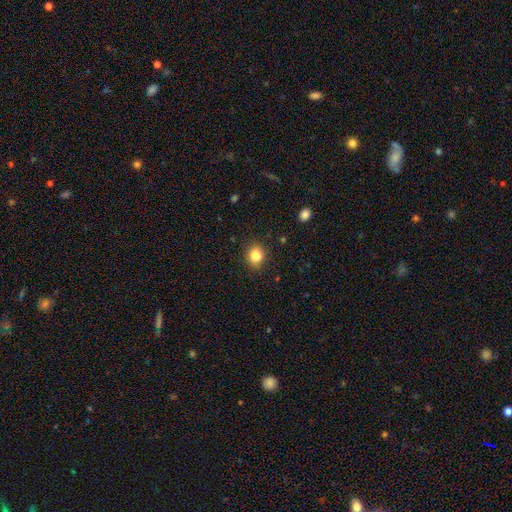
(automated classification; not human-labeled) smooth-or-featured: smooth: 84% | star or artifact: 10% | featured or disk: 6%
  how-rounded: round: 57% | in between: 42% | cigar-shaped: 1%
  merging: none: 86% | minor disturbance: 10% | major disturbance: 3% | merger: 1%